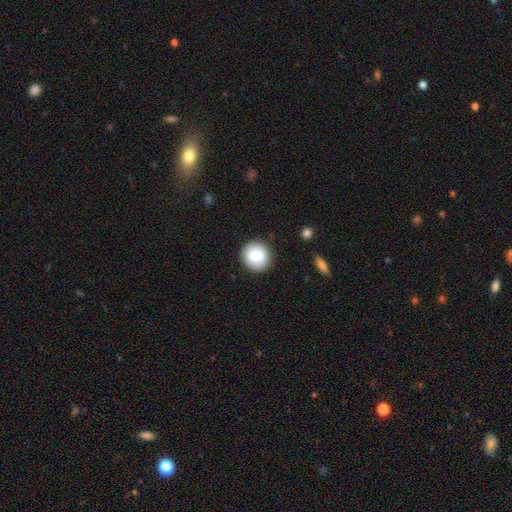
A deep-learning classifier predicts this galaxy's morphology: The model was most divided on "smooth or featured": smooth: 76%, featured or disk: 16%, star or artifact: 8%. More confident: how rounded — round (91%); merging — none (88%).